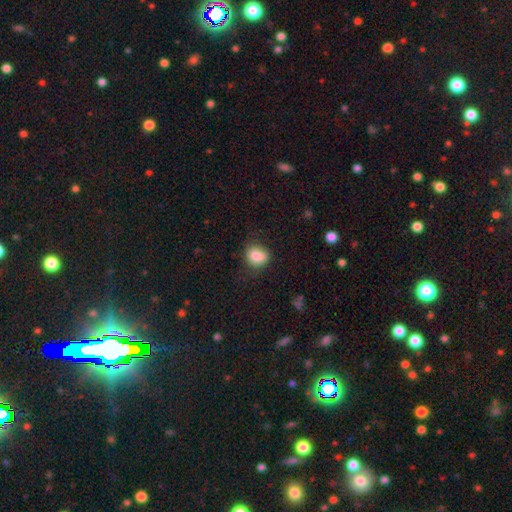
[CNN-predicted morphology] This appears to be a smooth galaxy with no disk features (84%) that is round (62%). Merging: none (66%).